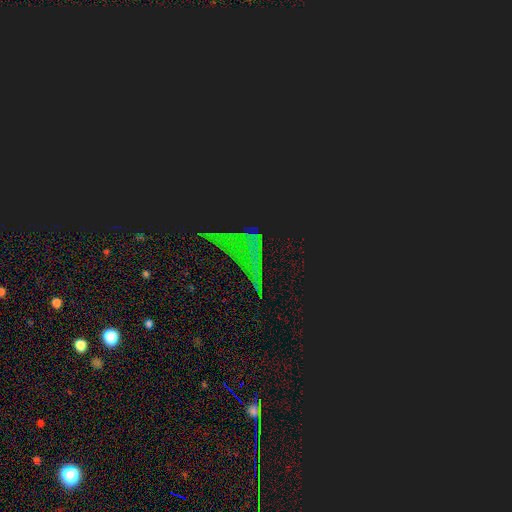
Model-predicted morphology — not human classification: smooth_or_featured: star or artifact (p=0.81) [alt: smooth p=0.10]